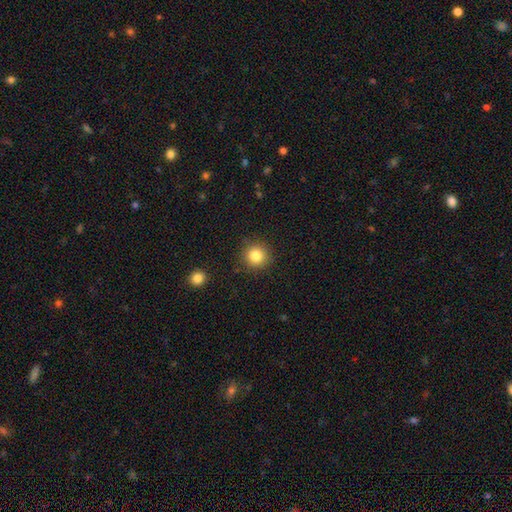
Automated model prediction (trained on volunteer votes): Smooth or featured?
  - smooth: 84% *
  - star or artifact: 10%
  - featured or disk: 6%
How rounded?
  - round: 93% *
  - in between: 6%
  - cigar-shaped: 1%
Merging?
  - none: 89% *
  - minor disturbance: 7%
  - major disturbance: 3%
  - merger: 2%